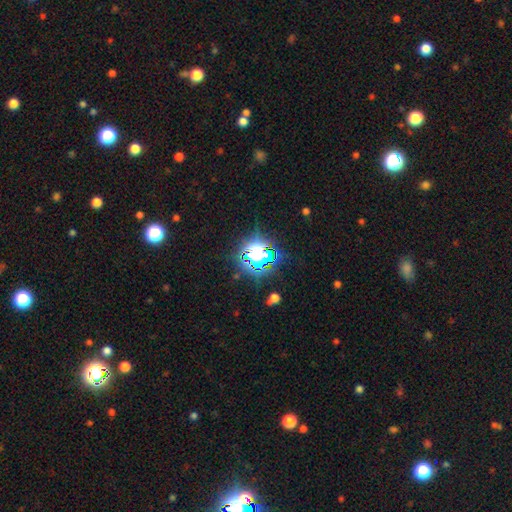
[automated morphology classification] star or artifact 69%, smooth 20%, featured or disk 11%.